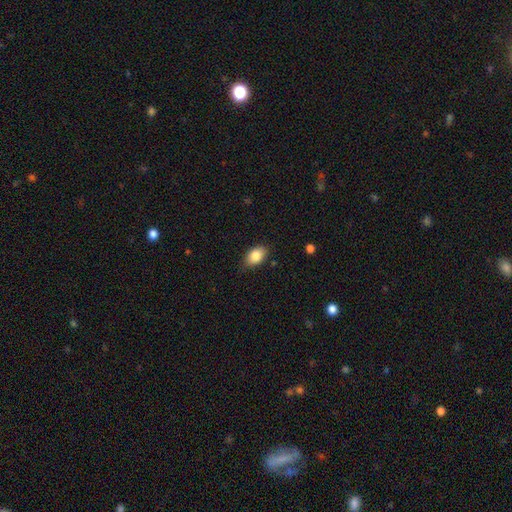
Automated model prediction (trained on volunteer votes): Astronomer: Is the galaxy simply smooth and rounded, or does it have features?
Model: smooth — 84%.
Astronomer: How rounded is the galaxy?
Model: in between — 87%.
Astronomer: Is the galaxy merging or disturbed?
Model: none — 79%.